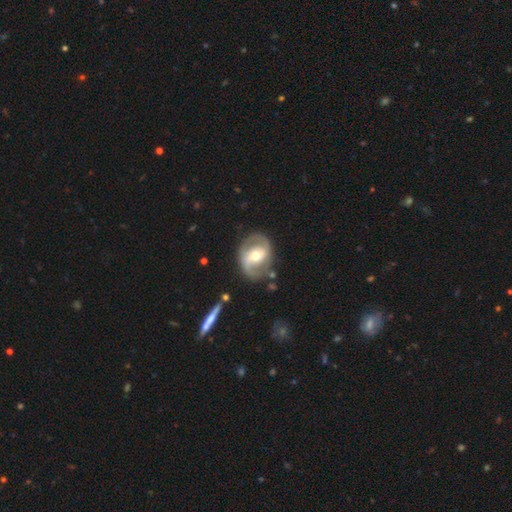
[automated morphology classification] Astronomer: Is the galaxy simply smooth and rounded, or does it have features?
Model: featured or disk — 80%.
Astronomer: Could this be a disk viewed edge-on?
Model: no — 97%.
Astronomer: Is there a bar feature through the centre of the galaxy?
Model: weak — 39% (runner-up: no, 31%).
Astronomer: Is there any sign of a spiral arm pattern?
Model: yes — 86%.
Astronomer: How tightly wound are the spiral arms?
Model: medium — 48% (runner-up: loose, 28%).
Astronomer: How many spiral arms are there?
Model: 2 — 87%.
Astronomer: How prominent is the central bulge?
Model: moderate — 72%.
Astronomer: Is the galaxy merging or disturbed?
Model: none — 77%.